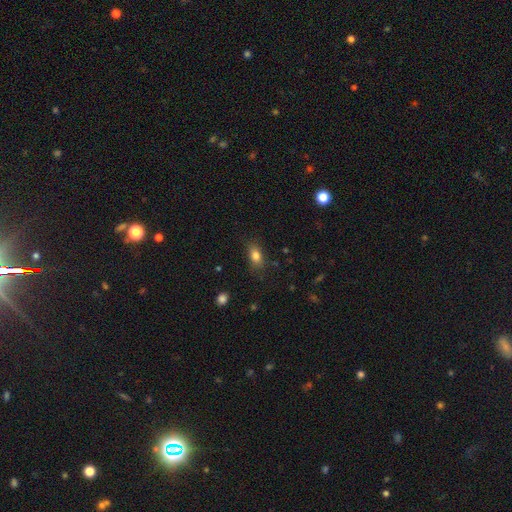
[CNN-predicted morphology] Smooth or featured? Predicted: smooth (p=0.82). How rounded? Predicted: in between (p=0.82). Merging? Predicted: none (p=0.80).